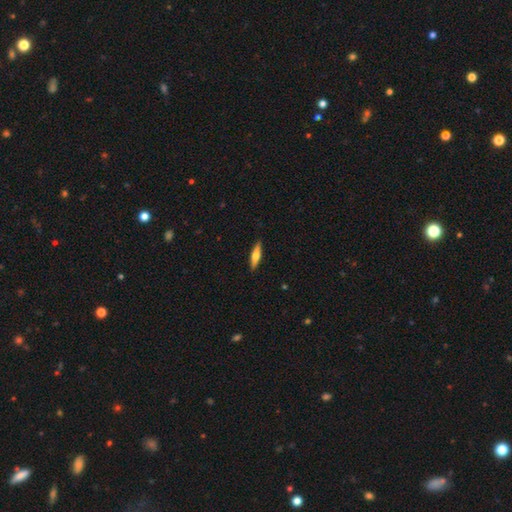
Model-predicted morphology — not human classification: Overall: smooth (52%; featured or disk 43%). How rounded: cigar-shaped (75%). Merging: none (90%).